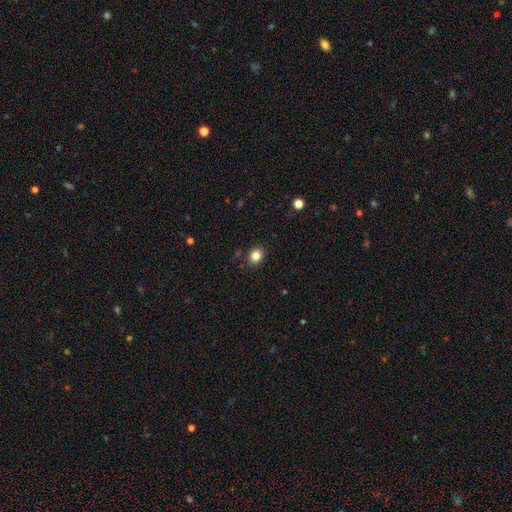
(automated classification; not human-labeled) Smooth or featured?
  - smooth: 82% *
  - star or artifact: 12%
  - featured or disk: 6%
How rounded?
  - round: 69% *
  - in between: 30%
  - cigar-shaped: 1%
Merging?
  - none: 87% *
  - minor disturbance: 9%
  - major disturbance: 2%
  - merger: 1%